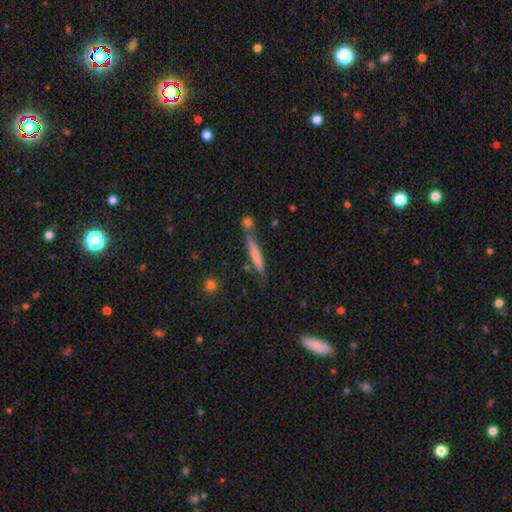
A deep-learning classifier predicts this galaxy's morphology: Overall: smooth (65%; featured or disk 29%). How rounded: cigar-shaped (93%). Merging: none (70%).